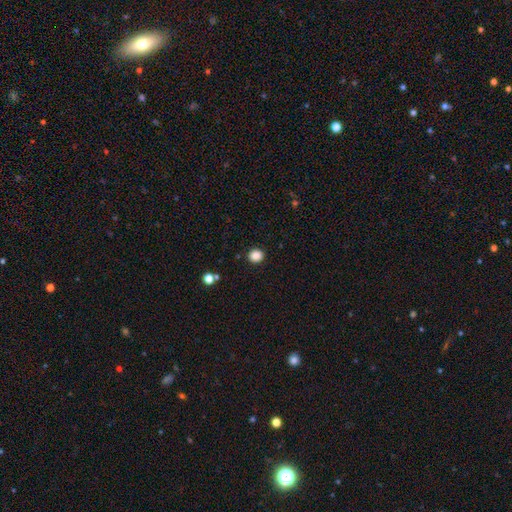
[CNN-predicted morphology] Overall: smooth (86%). How rounded: round (84%). Merging: none (91%).